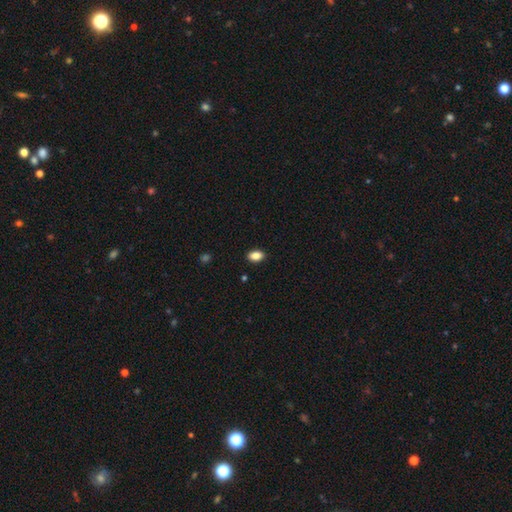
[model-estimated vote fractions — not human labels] A smooth galaxy with no disk features (87%) that is in between round and cigar-shaped (87%).

Vote fractions:
- Smooth or featured? smooth: 87% / star or artifact: 9% / featured or disk: 4%
- How rounded? in between: 87% / round: 11% / cigar-shaped: 2%
- Merging? none: 90% / minor disturbance: 8% / major disturbance: 2% / merger: 1%